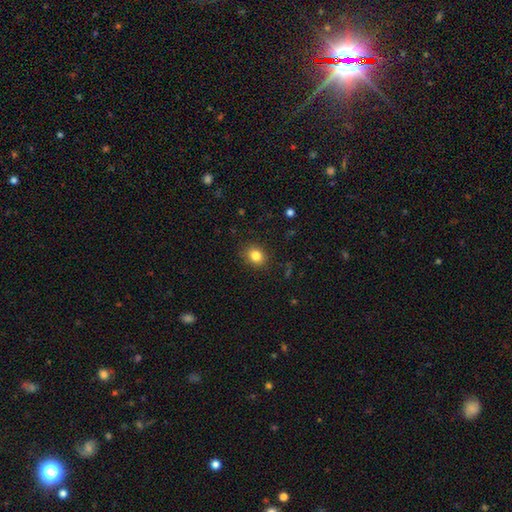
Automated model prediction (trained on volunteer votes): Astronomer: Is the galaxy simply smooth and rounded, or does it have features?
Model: smooth — 83%.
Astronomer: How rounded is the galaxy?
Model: round — 61% (runner-up: in between, 39%).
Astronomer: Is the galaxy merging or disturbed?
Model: none — 88%.